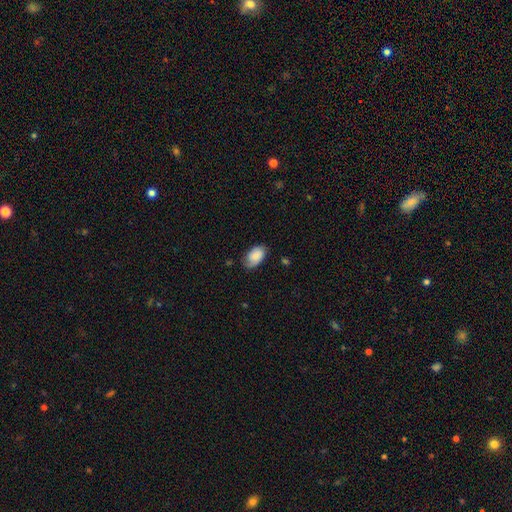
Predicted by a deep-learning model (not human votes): The model was most divided on "merging": none: 66%, minor disturbance: 26%, major disturbance: 6%, merger: 1%. More confident: how rounded — in between (92%); smooth or featured — smooth (69%).